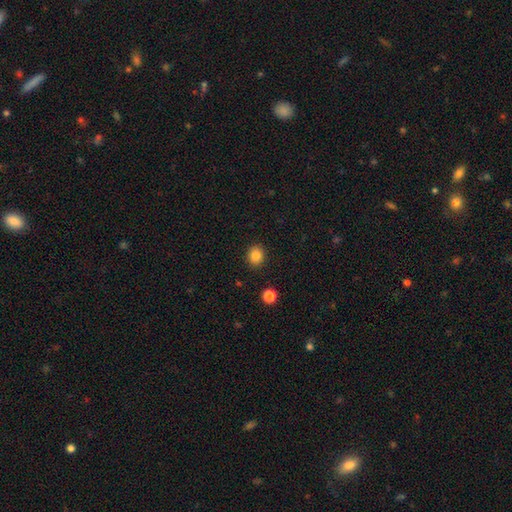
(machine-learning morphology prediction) This is clearly a smooth galaxy (85%). How rounded: likely round (71%). Merging: clearly none (90%).